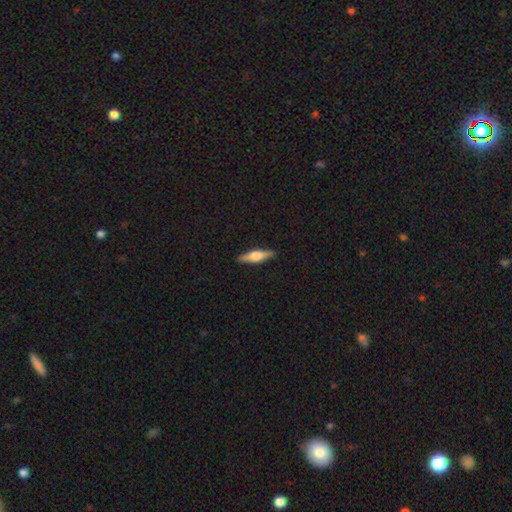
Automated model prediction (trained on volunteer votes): Smooth or featured? Predicted: featured or disk (p=0.60). Edge-on disk? Predicted: yes (p=0.97). Edge-on bulge? Predicted: rounded (p=0.90). Merging? Predicted: none (p=0.90).